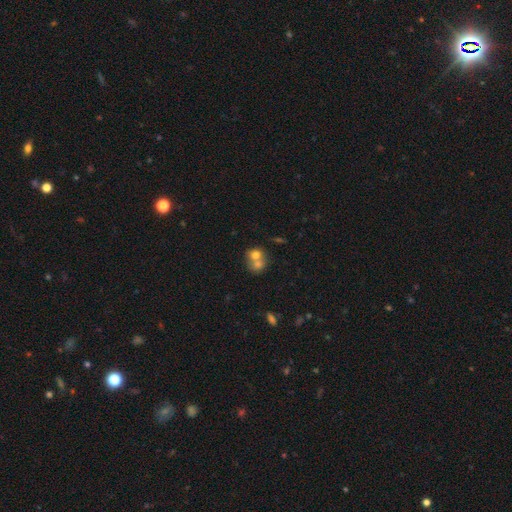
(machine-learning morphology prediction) smooth_or_featured: smooth (p=0.69) [alt: featured or disk p=0.21]
how_rounded: round (p=0.70) [alt: in between p=0.29]
merging: merger (p=0.65) [alt: none p=0.26]